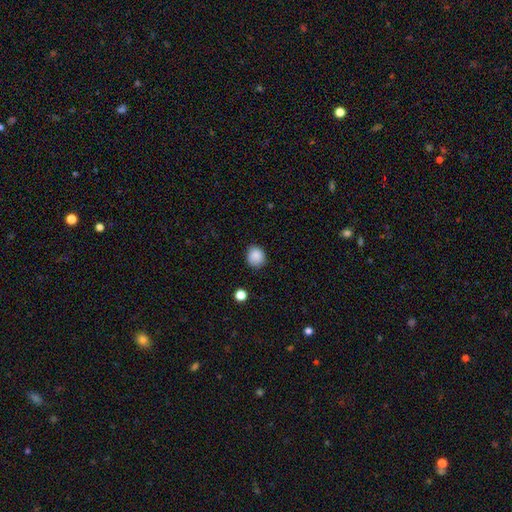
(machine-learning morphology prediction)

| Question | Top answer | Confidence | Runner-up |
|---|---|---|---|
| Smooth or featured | smooth | 87% | star or artifact (9%) |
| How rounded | round | 77% | in between (22%) |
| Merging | none | 82% | minor disturbance (14%) |